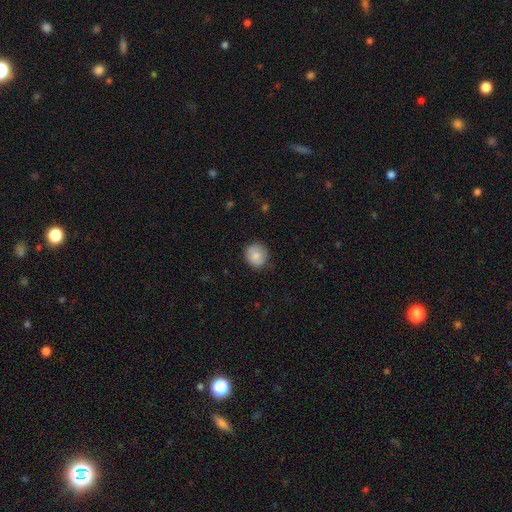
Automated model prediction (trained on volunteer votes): Smooth or featured: smooth — 79% (featured or disk — 13%)
How rounded: round — 85% (in between — 14%)
Merging: none — 81% (minor disturbance — 15%)